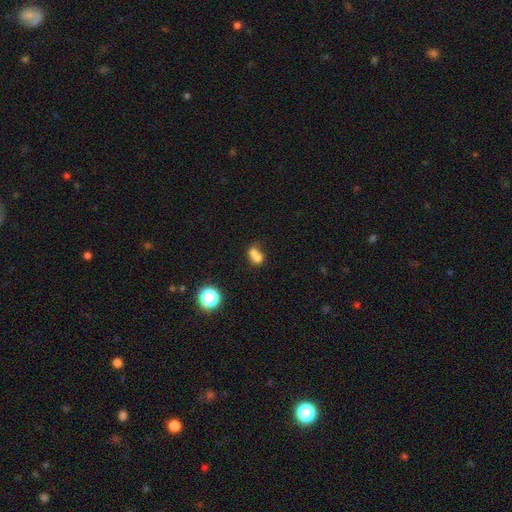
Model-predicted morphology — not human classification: Smooth or featured?
  - smooth: 68% *
  - featured or disk: 19%
  - star or artifact: 14%
How rounded?
  - round: 56% *
  - in between: 43%
  - cigar-shaped: 1%
Merging?
  - merger: 66% *
  - none: 23%
  - minor disturbance: 7%
  - major disturbance: 4%